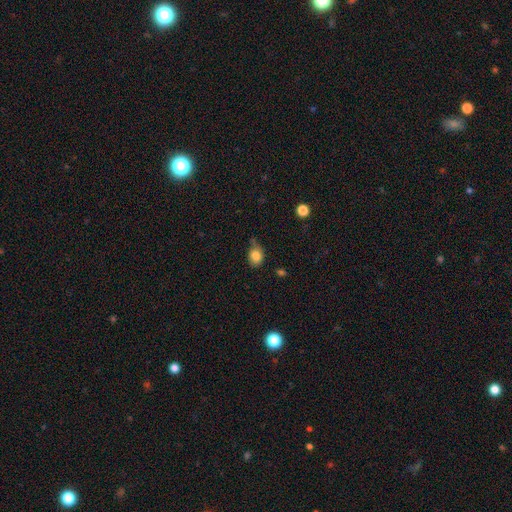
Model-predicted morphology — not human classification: This is clearly a smooth galaxy (83%). How rounded: likely in between (60%). Merging: possibly none (56%).